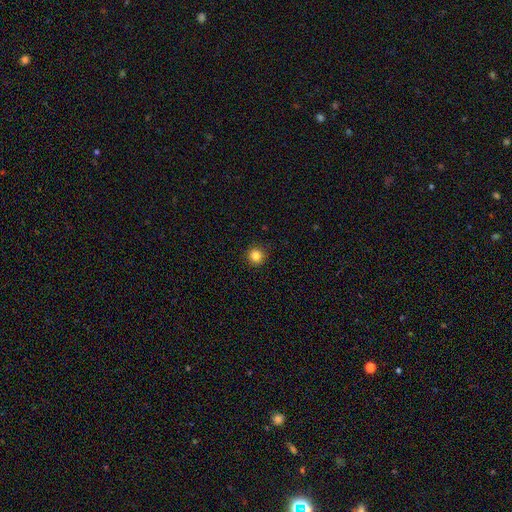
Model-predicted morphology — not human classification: This appears to be a smooth galaxy with no disk features (84%) that is round (96%). Merging: none (92%).